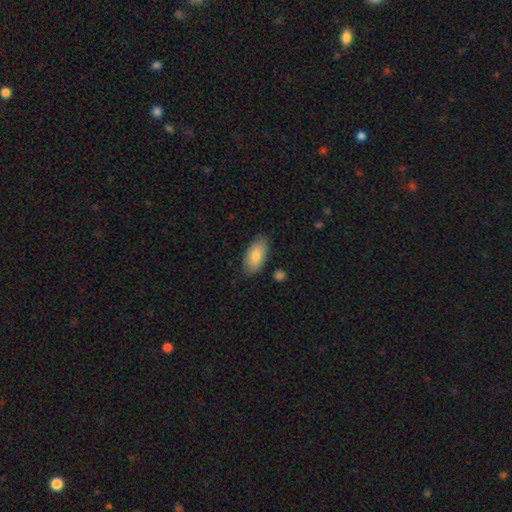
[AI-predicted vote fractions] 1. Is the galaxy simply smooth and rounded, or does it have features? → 80% smooth, 13% featured or disk, 6% star or artifact.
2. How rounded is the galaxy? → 93% in between, 4% cigar-shaped, 3% round.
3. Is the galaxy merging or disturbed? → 82% none, 13% minor disturbance, 2% major disturbance, 2% merger.